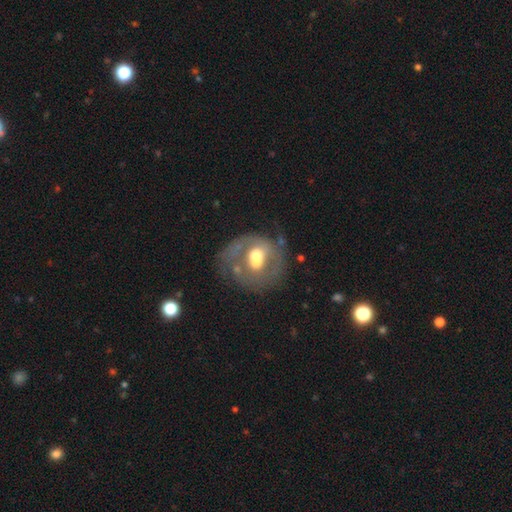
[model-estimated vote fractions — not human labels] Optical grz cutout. It shows a featured or disk galaxy (59%) with no bar (70%), no spiral arms (67%) and a moderate central bulge (63%). Merging: none (41%).